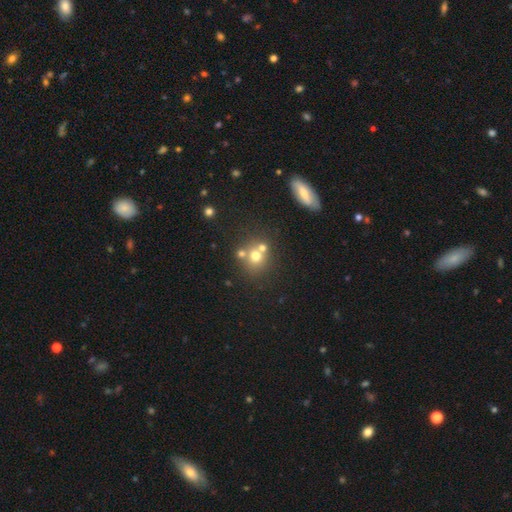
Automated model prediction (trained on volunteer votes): Smooth or featured? Predicted: smooth (p=0.65). How rounded? Predicted: round (p=0.82). Merging? Predicted: none (p=0.49).